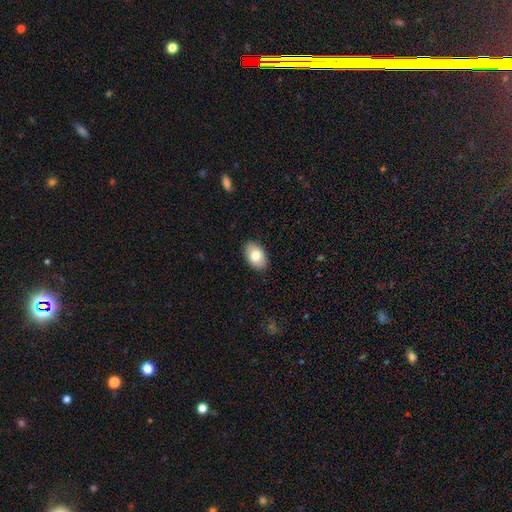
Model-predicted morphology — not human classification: This appears to be a smooth galaxy with no disk features (81%) that is in between round and cigar-shaped (91%). Merging: none (89%).